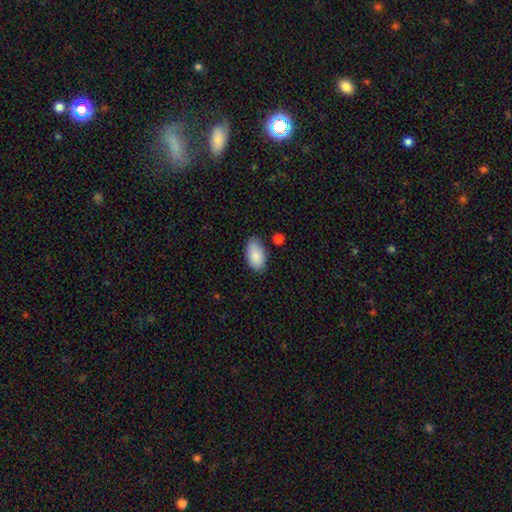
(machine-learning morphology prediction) type=smooth (87%); roundness=in between (95%); merging=none (78%).